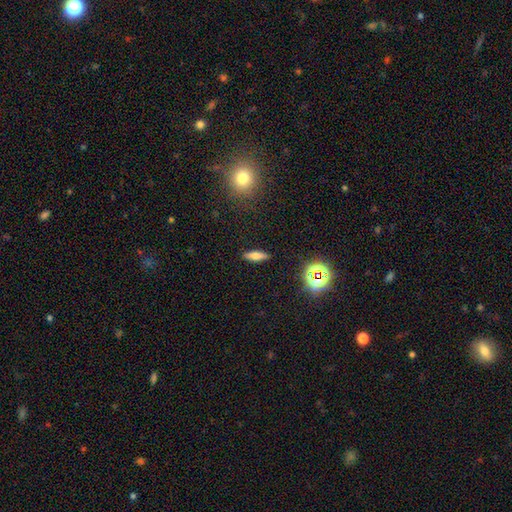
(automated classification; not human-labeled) Q: Smooth or featured?
A: smooth (58%); runner-up: featured or disk (29%)
Q: How rounded?
A: cigar-shaped (57%); runner-up: in between (39%)
Q: Merging?
A: none (89%); runner-up: minor disturbance (8%)